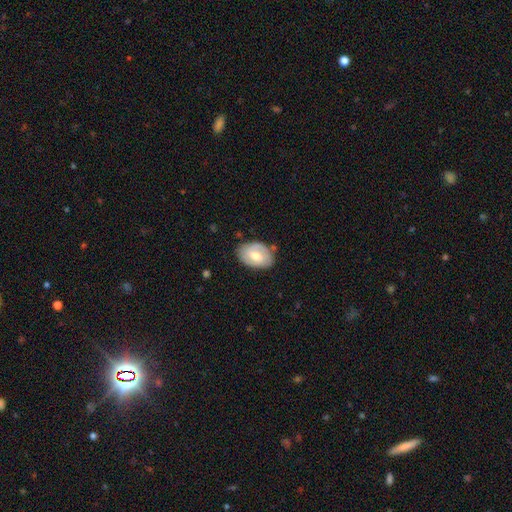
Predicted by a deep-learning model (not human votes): Overall: featured or disk (50%; smooth 44%). Edge-on disk: no (94%). Merging: none (73%).